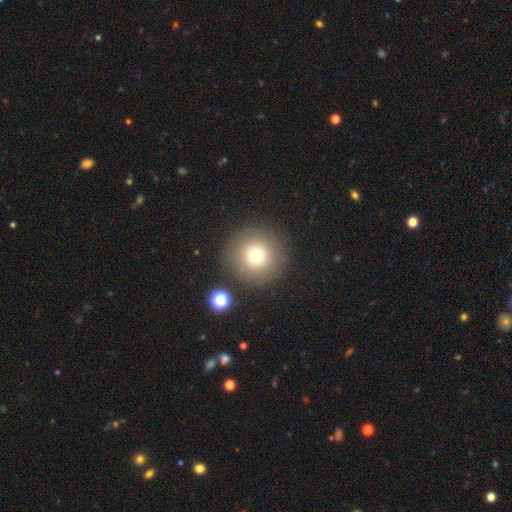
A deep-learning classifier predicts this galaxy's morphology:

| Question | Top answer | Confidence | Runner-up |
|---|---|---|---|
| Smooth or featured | smooth | 73% | star or artifact (15%) |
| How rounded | round | 96% | in between (3%) |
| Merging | none | 87% | minor disturbance (6%) |